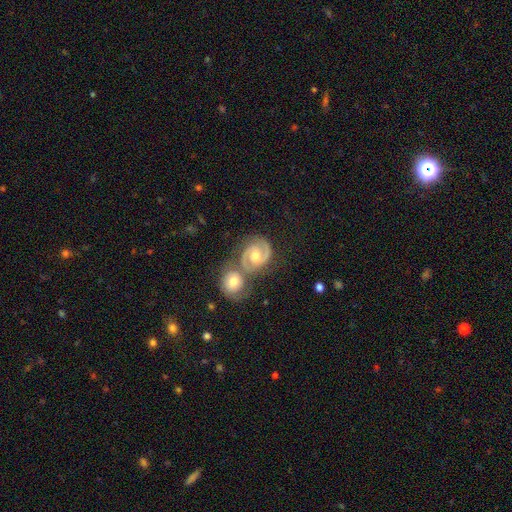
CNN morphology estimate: Smooth or featured? Predicted: featured or disk (p=0.86). Edge-on disk? Predicted: no (p=0.98). Bar? Predicted: no (p=0.54). Spiral arms? Predicted: yes (p=0.97). Spiral winding? Predicted: tight (p=0.52). Spiral arm count? Predicted: 2 (p=0.91). Bulge size? Predicted: moderate (p=0.74). Merging? Predicted: none (p=0.48).